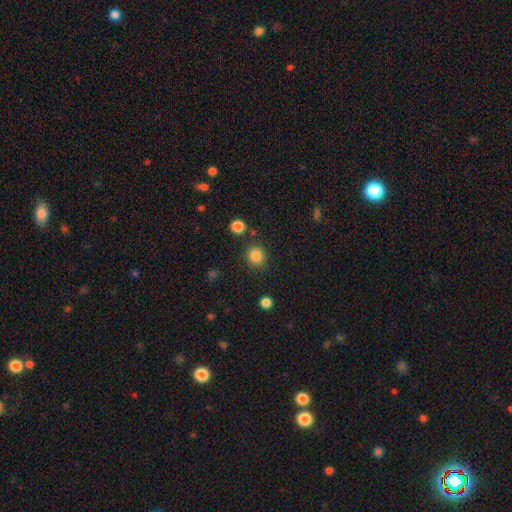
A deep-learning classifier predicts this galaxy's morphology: Overall: smooth (85%). How rounded: round (87%). Merging: none (85%).